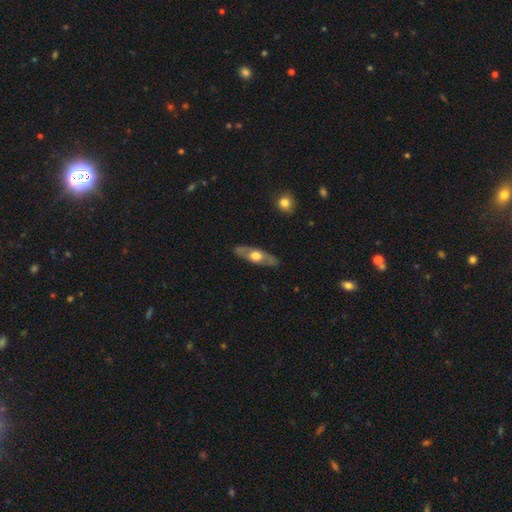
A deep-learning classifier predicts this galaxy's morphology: smooth-or-featured: featured or disk: 55% | smooth: 40% | star or artifact: 5%
  disk-edge-on: yes: 57% | no: 43%
  merging: none: 85% | minor disturbance: 11% | major disturbance: 3% | merger: 1%